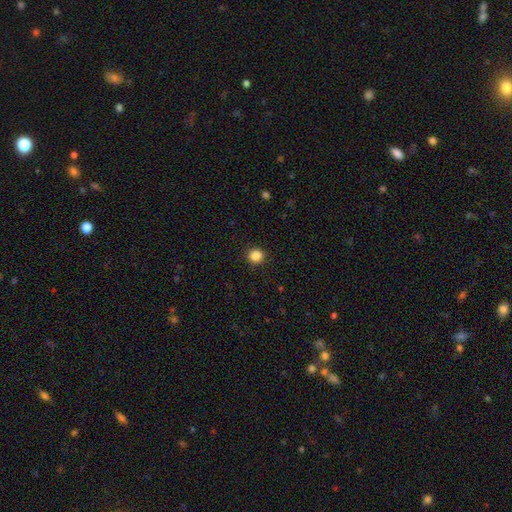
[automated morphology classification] A smooth galaxy with no disk features (86%) that is round (88%). Merging: none (92%).